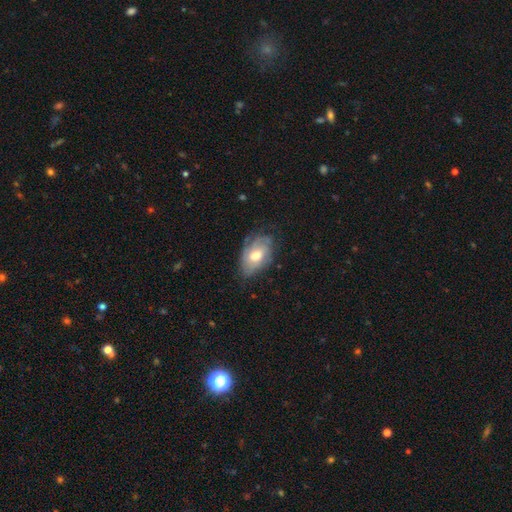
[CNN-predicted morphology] The model was most divided on "smooth or featured": featured or disk: 51%, smooth: 43%, star or artifact: 7%. More confident: edge-on disk — no (92%); merging — none (58%).